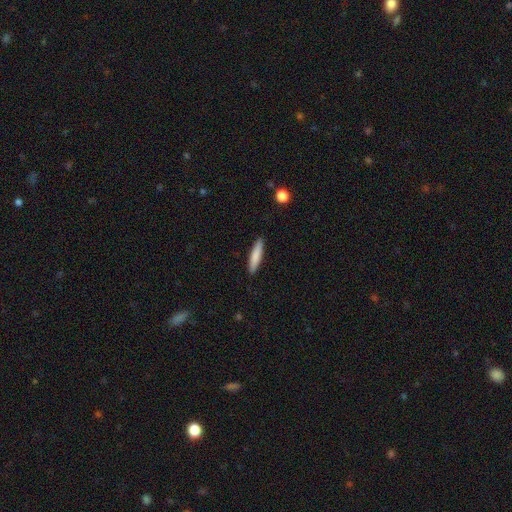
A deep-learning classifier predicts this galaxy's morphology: This is clearly a smooth galaxy (82%). How rounded: clearly cigar-shaped (86%). Merging: clearly none (90%).